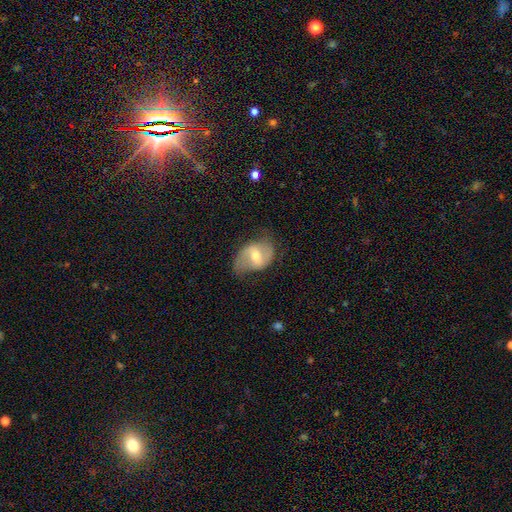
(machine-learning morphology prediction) smooth_or_featured: featured or disk (p=0.68) [alt: smooth p=0.26]
disk_edge_on: no (p=0.96) [alt: yes p=0.04]
bar: weak (p=0.52) [alt: strong p=0.28]
has_spiral_arms: yes (p=0.81) [alt: no p=0.19]
spiral_winding: loose (p=0.46) [alt: medium p=0.40]
spiral_arm_count: 2 (p=0.84) [alt: can't tell p=0.08]
bulge_size: moderate (p=0.69) [alt: small p=0.23]
merging: none (p=0.63) [alt: minor disturbance p=0.25]